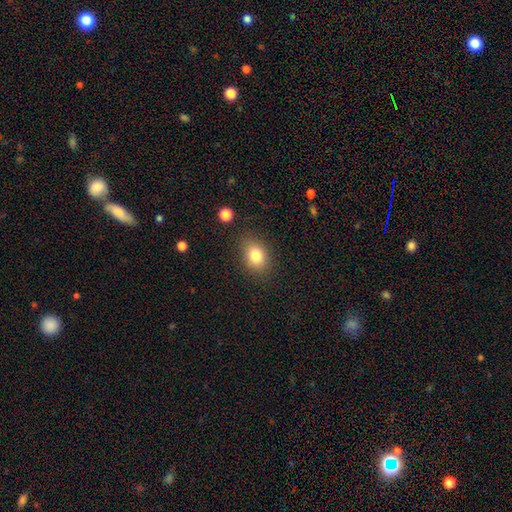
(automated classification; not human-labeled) The model was most divided on "how rounded": in between: 66%, round: 33%, cigar-shaped: 1%. More confident: merging — none (82%); smooth or featured — smooth (81%).